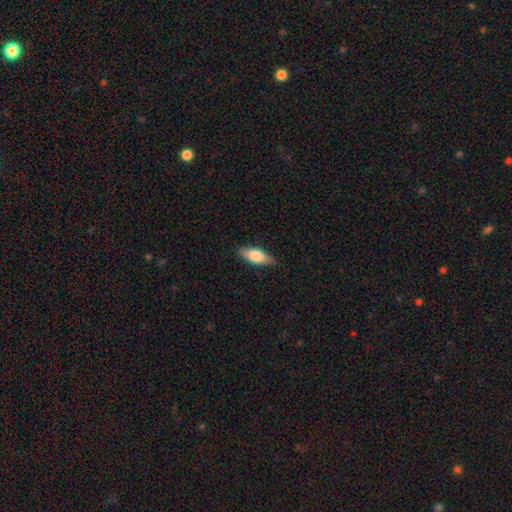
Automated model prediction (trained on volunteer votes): This appears to be a smooth galaxy with no disk features (73%) that is in between round and cigar-shaped (78%). Merging: none (85%).